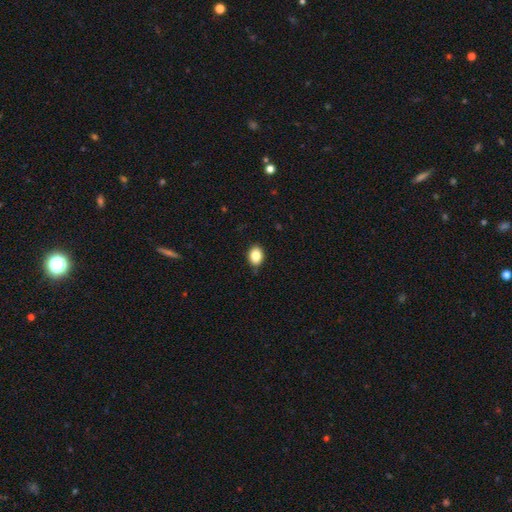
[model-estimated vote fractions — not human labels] Overall: smooth (84%). How rounded: in between (62%; round 37%). Merging: none (83%).